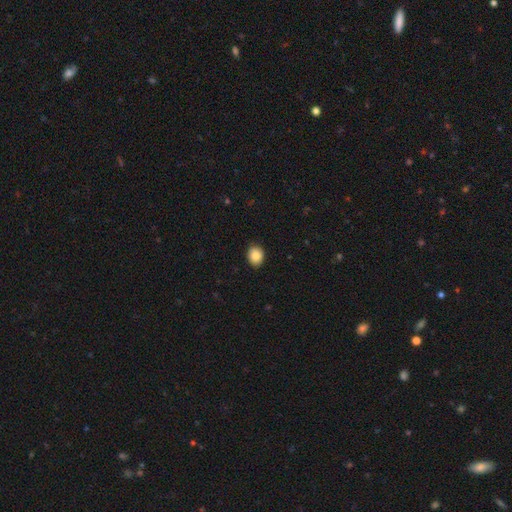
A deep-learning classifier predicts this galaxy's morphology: type=smooth (86%); roundness=round (55%); merging=none (87%).